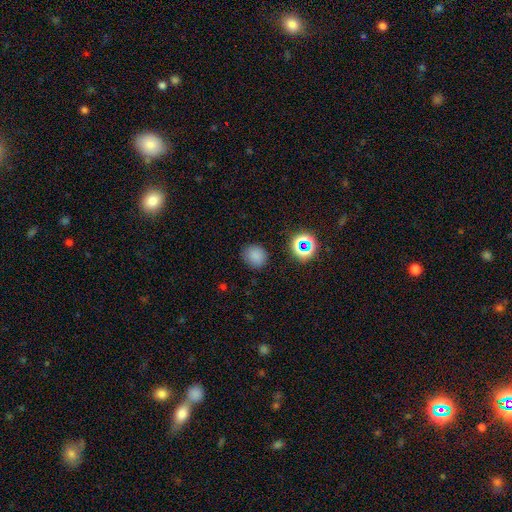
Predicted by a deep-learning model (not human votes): Morphology: type=smooth (78%); roundness=round (78%); merging=none (83%).